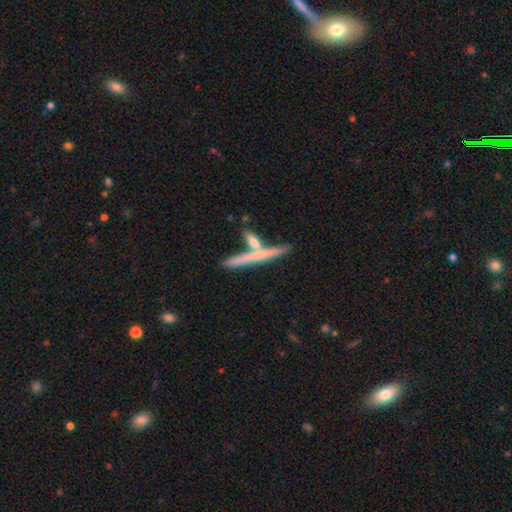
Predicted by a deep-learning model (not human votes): Smooth or featured: featured or disk — 48% (smooth — 45%)
Merging: none — 68% (merger — 19%)